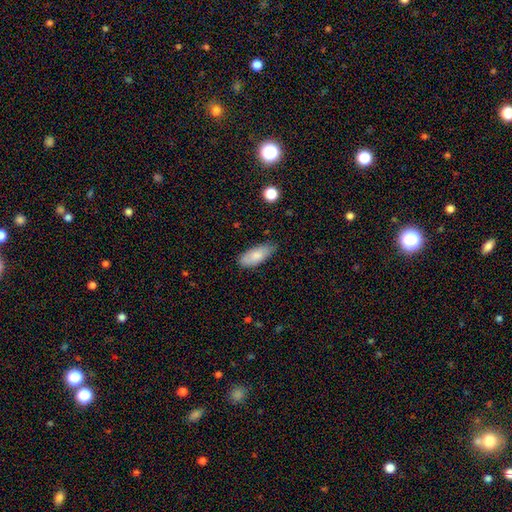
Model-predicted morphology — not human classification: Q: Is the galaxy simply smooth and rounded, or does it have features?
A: smooth — 82%.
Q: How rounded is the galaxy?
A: in between — 84%.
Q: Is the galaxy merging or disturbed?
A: none — 74%.